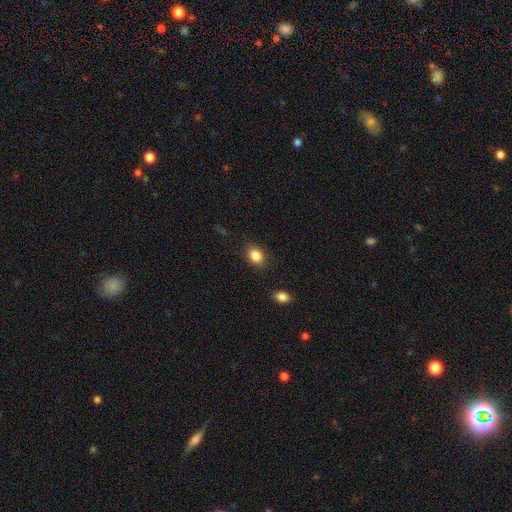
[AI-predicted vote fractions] Smooth or featured? Predicted: smooth (p=0.86). How rounded? Predicted: in between (p=0.64). Merging? Predicted: none (p=0.84).